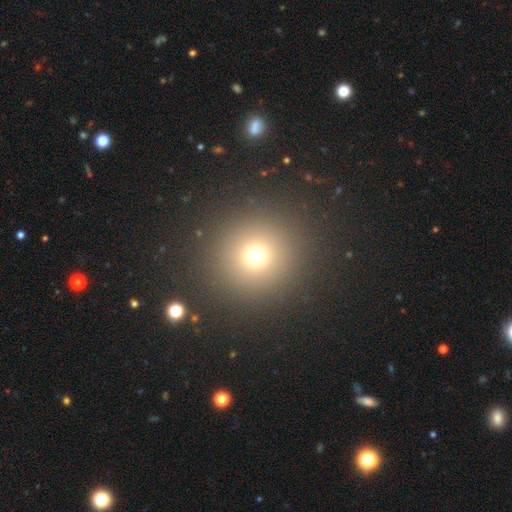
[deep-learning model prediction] Morphology: type=smooth (70%); roundness=round (94%); merging=none (90%).